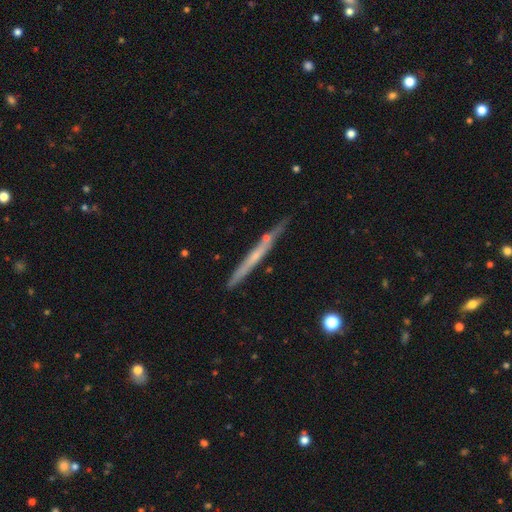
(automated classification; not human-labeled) smooth_or_featured: featured or disk (p=0.55) [alt: smooth p=0.38]
disk_edge_on: yes (p=0.95) [alt: no p=0.05]
edge_on_bulge: none (p=0.78) [alt: rounded p=0.17]
merging: none (p=0.80) [alt: minor disturbance p=0.14]